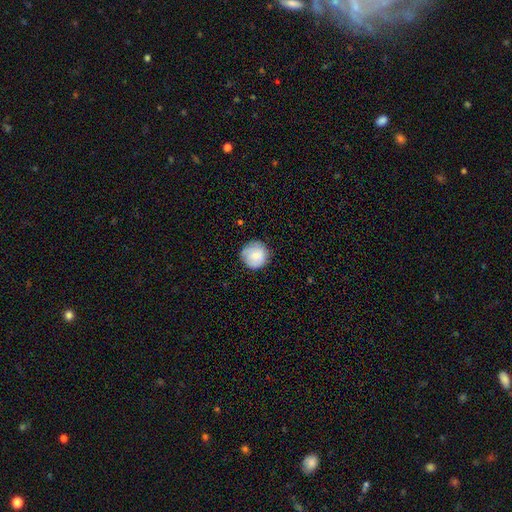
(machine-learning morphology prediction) Smooth or featured? Predicted: smooth (p=0.78). How rounded? Predicted: round (p=0.95). Merging? Predicted: none (p=0.81).